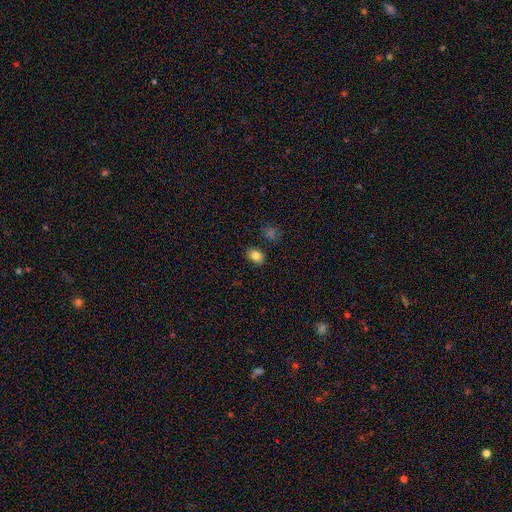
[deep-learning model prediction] smooth 83%, star or artifact 10%, featured or disk 7%. Down the decision tree: how rounded — in between (70%); merging — none (85%).